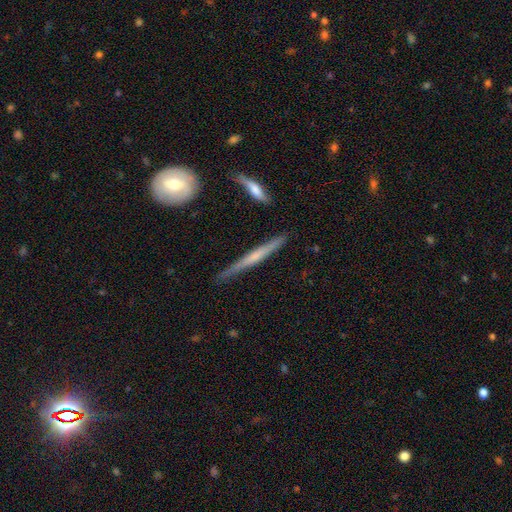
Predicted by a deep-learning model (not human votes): Smooth or featured?
  - featured or disk: 59% *
  - smooth: 36%
  - star or artifact: 5%
Edge-on disk?
  - yes: 96% *
  - no: 4%
Edge-on bulge?
  - none: 53% *
  - rounded: 35%
  - boxy: 12%
Merging?
  - none: 84% *
  - minor disturbance: 12%
  - merger: 2%
  - major disturbance: 2%